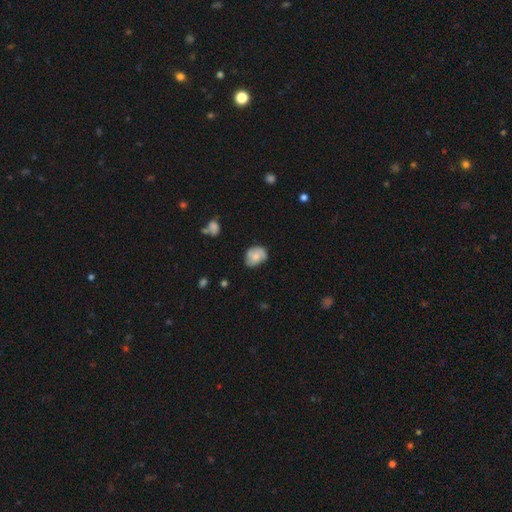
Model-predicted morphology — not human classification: This is possibly a smooth galaxy (57%). How rounded: possibly in between (51%). Merging: likely none (65%).